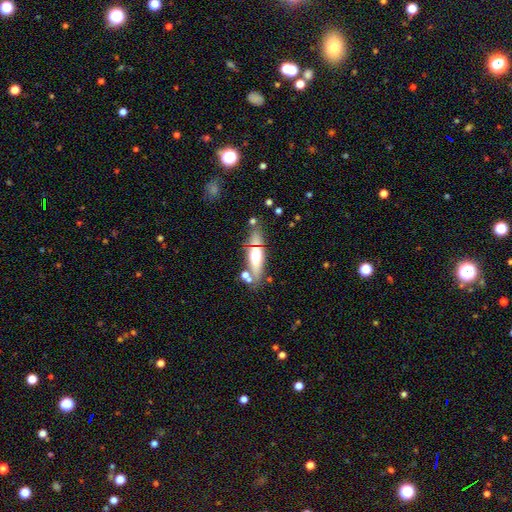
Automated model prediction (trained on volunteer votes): A smooth galaxy with no disk features (48%). Merging: none (67%).